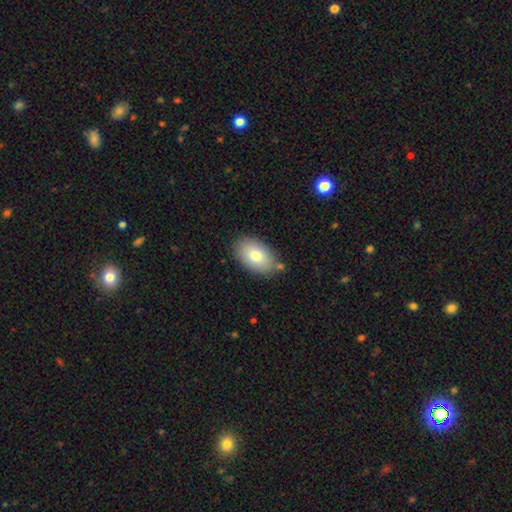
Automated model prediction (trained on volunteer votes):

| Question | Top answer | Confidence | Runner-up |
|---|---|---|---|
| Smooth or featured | smooth | 78% | featured or disk (15%) |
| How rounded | in between | 92% | round (7%) |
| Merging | none | 80% | minor disturbance (13%) |